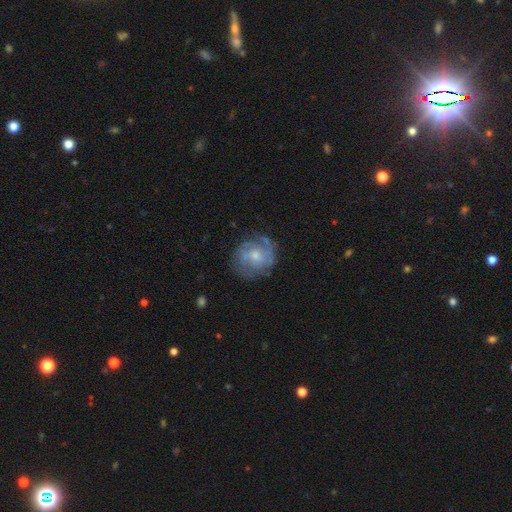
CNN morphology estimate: smooth-or-featured: featured or disk: 70% | smooth: 24% | star or artifact: 7%
  disk-edge-on: no: 98% | yes: 2%
    bar: no: 71% | weak: 25% | strong: 3%
    has-spiral-arms: yes: 81% | no: 19%
      spiral-winding: tight: 48% | medium: 38% | loose: 15%
      spiral-arm-count: can't tell: 36% | 2: 33% | 3: 15% | 1: 7% | 4: 5% | more than 4: 4%
    bulge-size: moderate: 46% | small: 43% | none: 5% | large: 4% | dominant: 1%
  merging: none: 68% | minor disturbance: 20% | major disturbance: 11% | merger: 2%